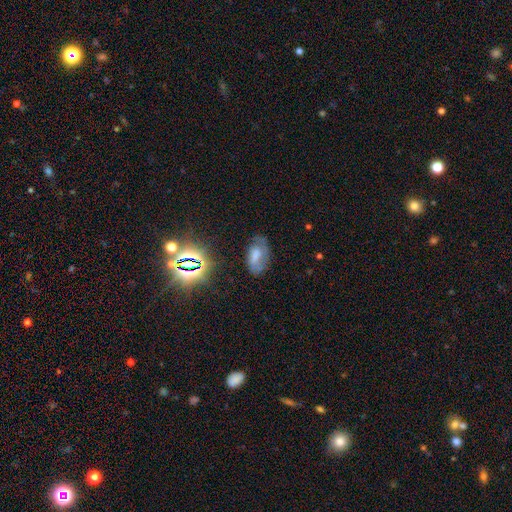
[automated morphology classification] Smooth or featured: smooth — 53% (featured or disk — 30%)
How rounded: in between — 91% (round — 6%)
Merging: none — 55% (minor disturbance — 28%)